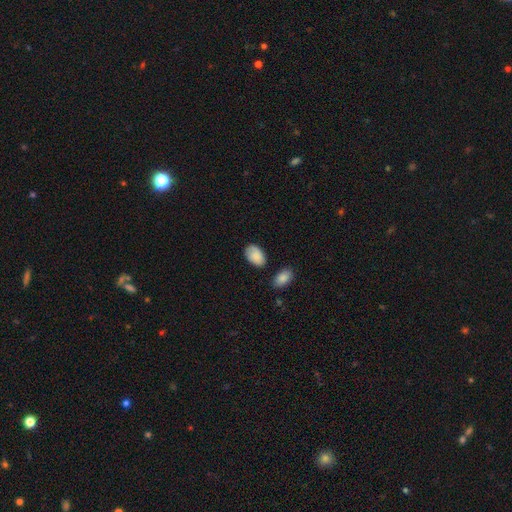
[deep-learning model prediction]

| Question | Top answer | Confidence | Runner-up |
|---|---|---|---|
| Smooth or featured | smooth | 86% | featured or disk (7%) |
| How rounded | in between | 91% | round (8%) |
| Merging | none | 73% | minor disturbance (18%) |